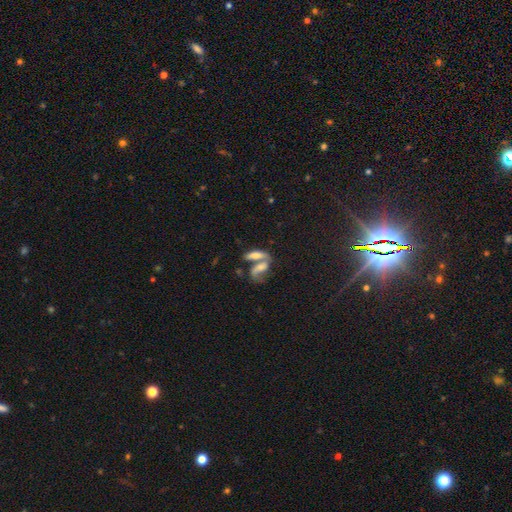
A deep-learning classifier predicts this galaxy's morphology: Smooth or featured?
  - smooth: 55% *
  - featured or disk: 34%
  - star or artifact: 11%
How rounded?
  - in between: 55% *
  - cigar-shaped: 40%
  - round: 5%
Merging?
  - merger: 57% *
  - none: 27%
  - minor disturbance: 8%
  - major disturbance: 7%